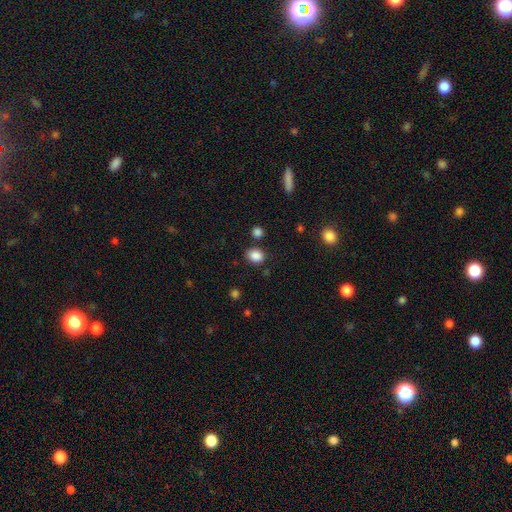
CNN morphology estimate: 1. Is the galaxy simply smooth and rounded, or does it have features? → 86% smooth, 10% star or artifact, 4% featured or disk.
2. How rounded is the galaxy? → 50% in between, 49% round, 1% cigar-shaped.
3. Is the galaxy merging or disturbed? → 78% none, 12% minor disturbance, 5% merger, 4% major disturbance.